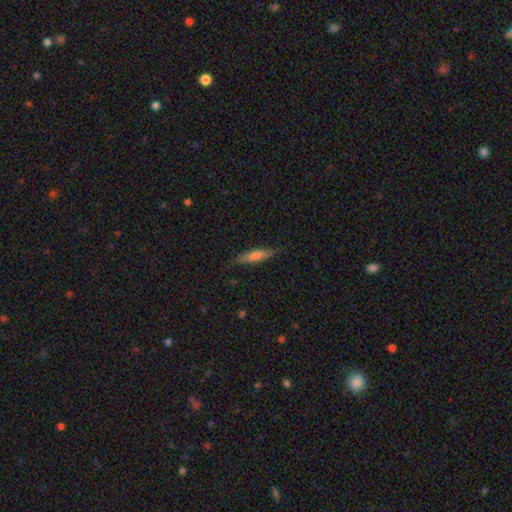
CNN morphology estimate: The model was most divided on "smooth or featured": smooth: 59%, featured or disk: 34%, star or artifact: 7%. More confident: merging — none (83%); how rounded — cigar-shaped (83%).